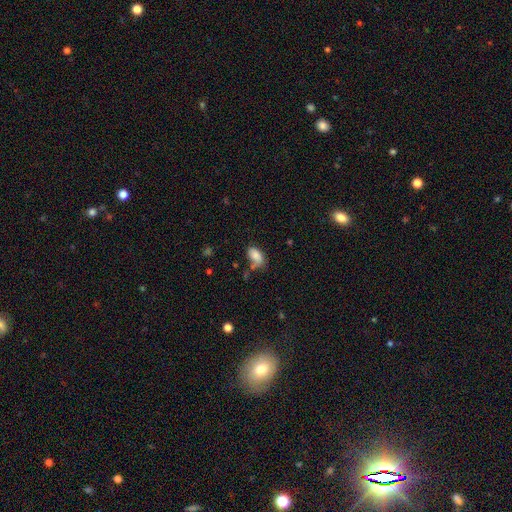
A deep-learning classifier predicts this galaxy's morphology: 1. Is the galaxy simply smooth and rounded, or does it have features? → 83% smooth, 9% star or artifact, 9% featured or disk.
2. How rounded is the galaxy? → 93% in between, 5% round, 2% cigar-shaped.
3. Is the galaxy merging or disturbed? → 49% none, 28% minor disturbance, 12% merger, 12% major disturbance.